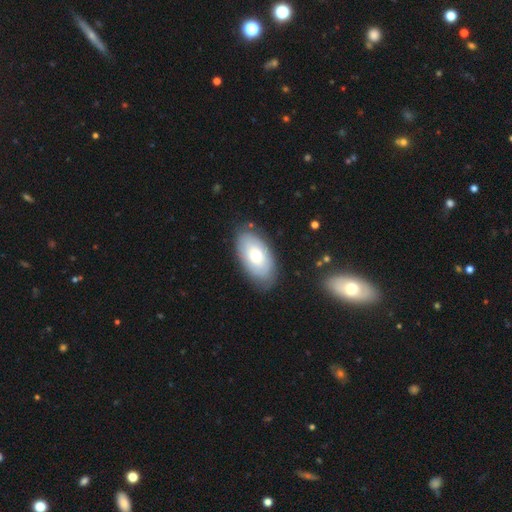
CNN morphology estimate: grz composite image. It shows a smooth galaxy with no disk features (62%) that is in between round and cigar-shaped (93%). Merging: none (82%).